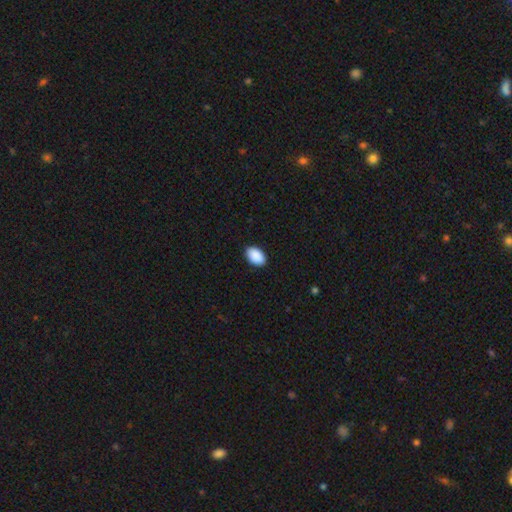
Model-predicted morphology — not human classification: smooth_or_featured: smooth (p=0.91) [alt: star or artifact p=0.06]
how_rounded: in between (p=0.91) [alt: round p=0.08]
merging: none (p=0.90) [alt: minor disturbance p=0.08]